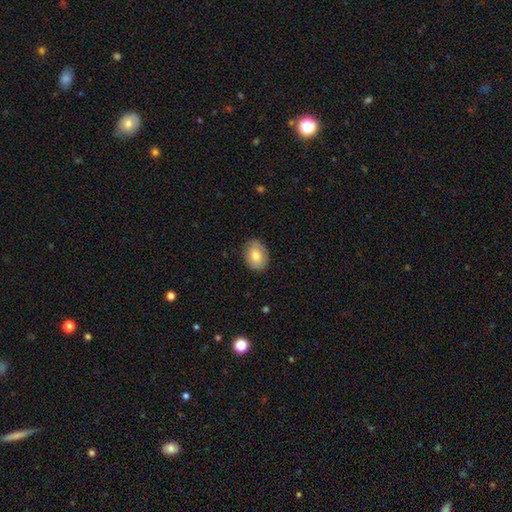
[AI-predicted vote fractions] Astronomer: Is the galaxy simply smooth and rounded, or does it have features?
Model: smooth — 78%.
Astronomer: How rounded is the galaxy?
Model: in between — 64%.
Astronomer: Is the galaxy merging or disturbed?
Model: none — 84%.